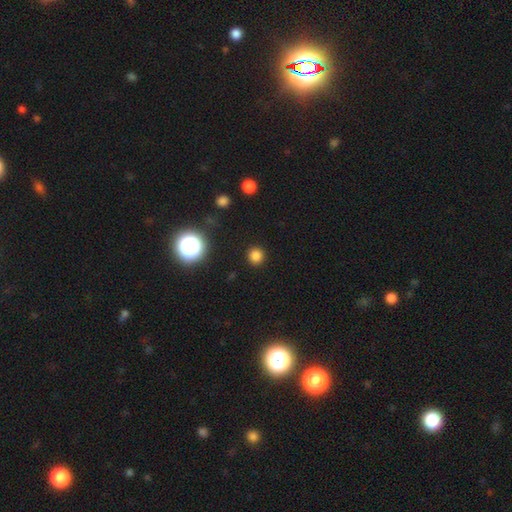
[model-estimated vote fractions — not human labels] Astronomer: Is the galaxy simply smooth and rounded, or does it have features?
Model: smooth — 80%.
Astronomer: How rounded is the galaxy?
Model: round — 93%.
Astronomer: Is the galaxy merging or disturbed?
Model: none — 91%.